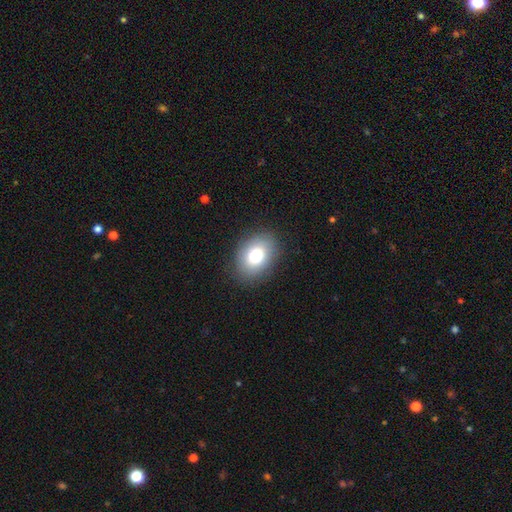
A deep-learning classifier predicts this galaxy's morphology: smooth_or_featured: smooth (p=0.79) [alt: featured or disk p=0.12]
how_rounded: in between (p=0.74) [alt: round p=0.25]
merging: none (p=0.86) [alt: minor disturbance p=0.10]